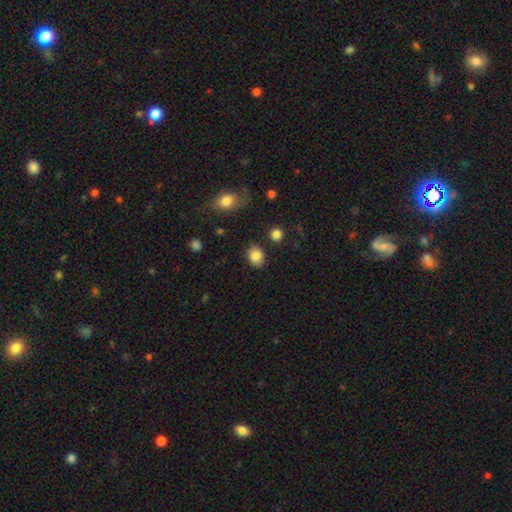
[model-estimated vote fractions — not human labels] Smooth or featured?
  - smooth: 86% *
  - star or artifact: 9%
  - featured or disk: 5%
How rounded?
  - in between: 55% *
  - round: 44%
  - cigar-shaped: 1%
Merging?
  - none: 83% *
  - minor disturbance: 11%
  - major disturbance: 3%
  - merger: 3%